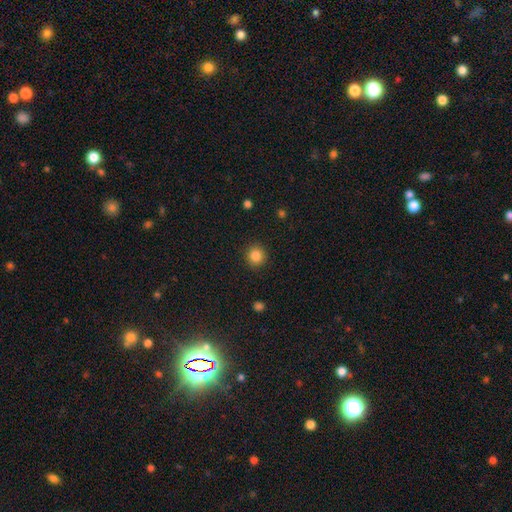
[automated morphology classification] smooth_or_featured: smooth (p=0.85) [alt: star or artifact p=0.11]
how_rounded: round (p=0.92) [alt: in between p=0.07]
merging: none (p=0.91) [alt: minor disturbance p=0.06]